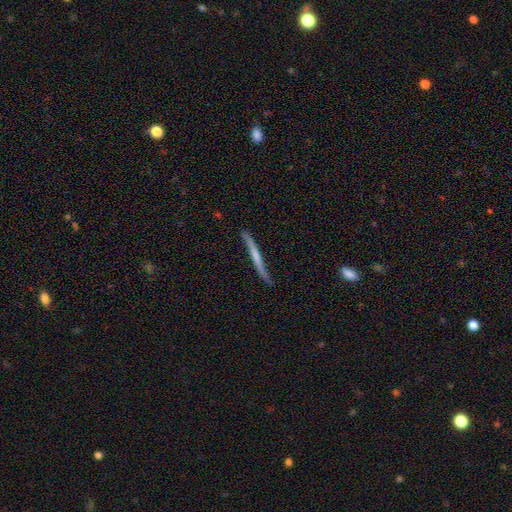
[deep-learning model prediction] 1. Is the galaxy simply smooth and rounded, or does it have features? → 57% featured or disk, 37% smooth, 5% star or artifact.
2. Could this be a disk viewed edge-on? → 88% yes, 12% no.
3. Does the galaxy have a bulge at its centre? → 66% none, 23% rounded, 11% boxy.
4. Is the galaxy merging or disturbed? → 73% none, 20% minor disturbance, 4% major disturbance, 2% merger.